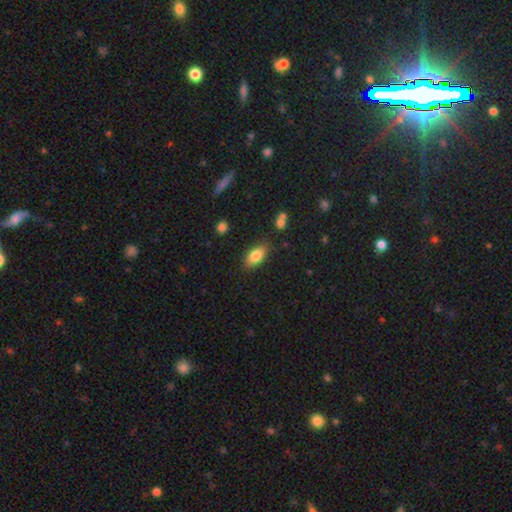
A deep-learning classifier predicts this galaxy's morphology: Smooth or featured?
  - smooth: 83% *
  - featured or disk: 10%
  - star or artifact: 8%
How rounded?
  - in between: 90% *
  - cigar-shaped: 6%
  - round: 5%
Merging?
  - none: 82% *
  - minor disturbance: 13%
  - major disturbance: 3%
  - merger: 3%